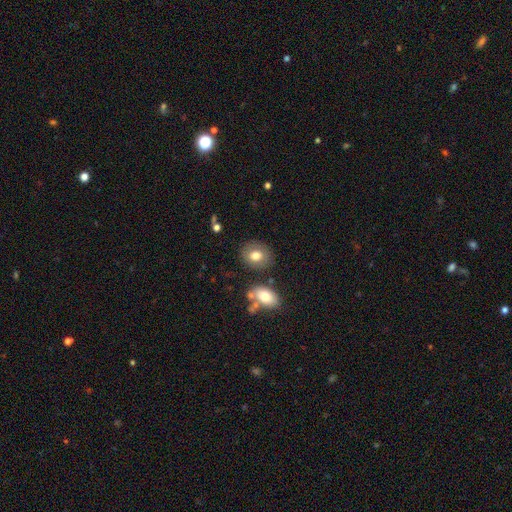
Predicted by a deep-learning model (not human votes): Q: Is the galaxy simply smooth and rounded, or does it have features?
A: smooth — 75%.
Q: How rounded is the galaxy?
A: round — 54%.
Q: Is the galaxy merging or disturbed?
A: none — 78%.